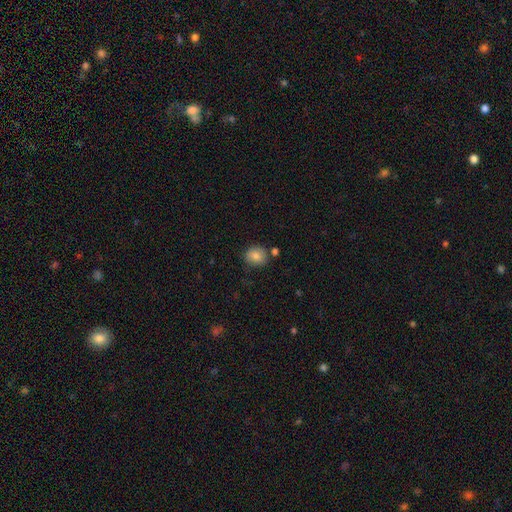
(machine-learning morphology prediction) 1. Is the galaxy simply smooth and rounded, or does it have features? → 80% smooth, 10% featured or disk, 9% star or artifact.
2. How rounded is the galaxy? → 74% round, 25% in between, 1% cigar-shaped.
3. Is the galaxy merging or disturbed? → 73% none, 17% minor disturbance, 6% merger, 4% major disturbance.